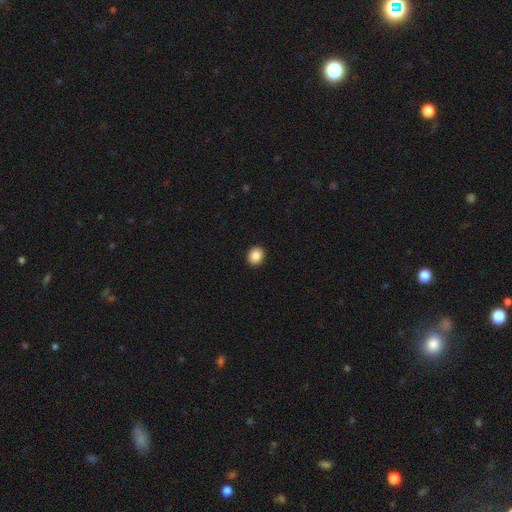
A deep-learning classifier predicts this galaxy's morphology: Smooth or featured?
  - smooth: 87% *
  - star or artifact: 9%
  - featured or disk: 4%
How rounded?
  - round: 58% *
  - in between: 41%
  - cigar-shaped: 1%
Merging?
  - none: 92% *
  - minor disturbance: 5%
  - major disturbance: 2%
  - merger: 1%